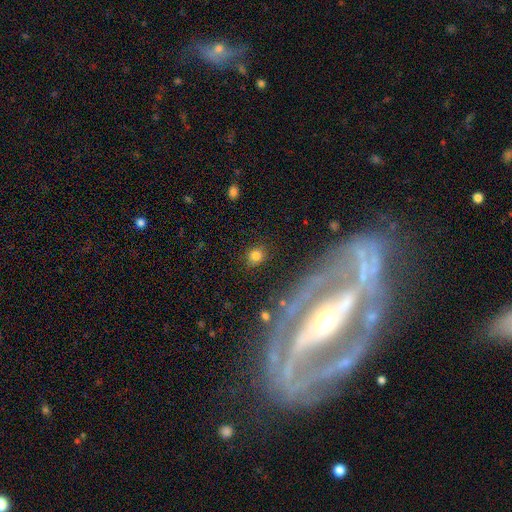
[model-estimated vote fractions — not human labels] smooth_or_featured: smooth (p=0.79) [alt: star or artifact p=0.11]
how_rounded: round (p=0.77) [alt: in between p=0.22]
merging: none (p=0.84) [alt: minor disturbance p=0.09]